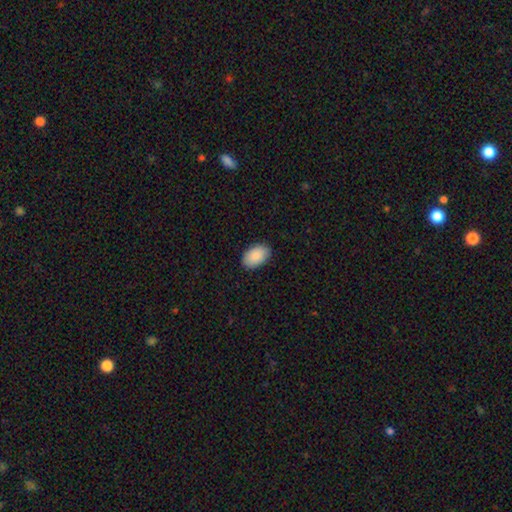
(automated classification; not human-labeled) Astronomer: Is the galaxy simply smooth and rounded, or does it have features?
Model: smooth — 90%.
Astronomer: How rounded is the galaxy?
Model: in between — 94%.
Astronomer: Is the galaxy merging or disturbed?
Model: none — 88%.